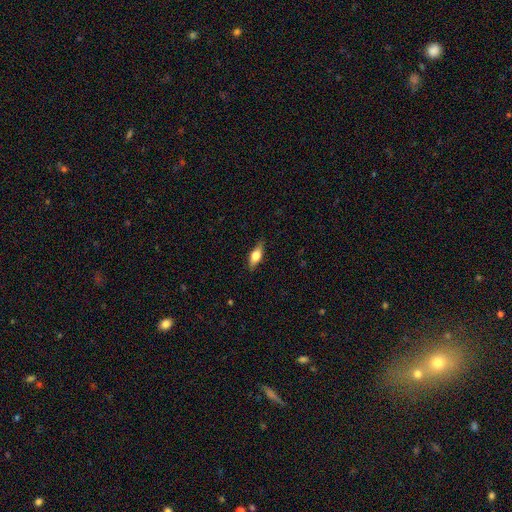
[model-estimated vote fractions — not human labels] smooth-or-featured: smooth: 59% | featured or disk: 35% | star or artifact: 7%
  how-rounded: in between: 70% | cigar-shaped: 26% | round: 4%
  merging: none: 83% | minor disturbance: 13% | major disturbance: 3% | merger: 1%